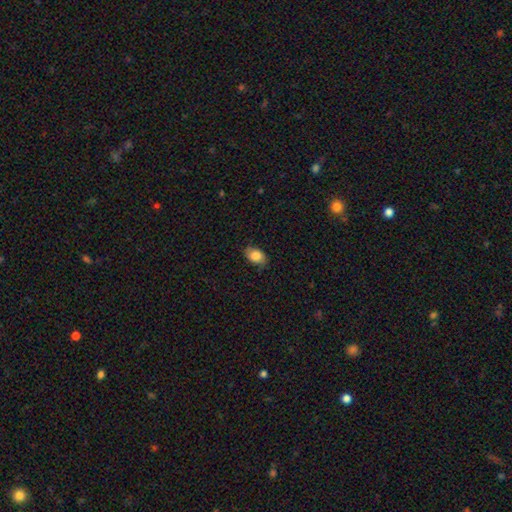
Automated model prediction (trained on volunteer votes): Smooth or featured? Predicted: smooth (p=0.83). How rounded? Predicted: in between (p=0.86). Merging? Predicted: none (p=0.79).